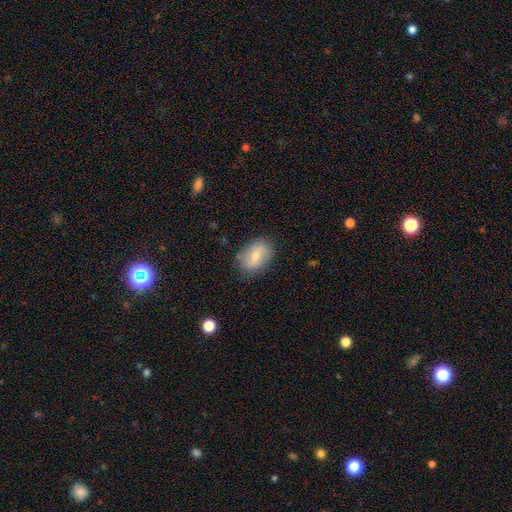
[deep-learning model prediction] Morphology: type=smooth (58%); roundness=in between (78%); merging=none (79%).